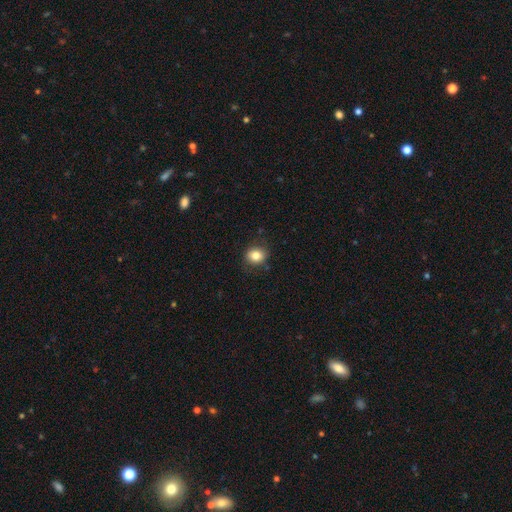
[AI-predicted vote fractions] Smooth or featured? smooth (83%)
How rounded? round (69%)
Merging? none (85%)